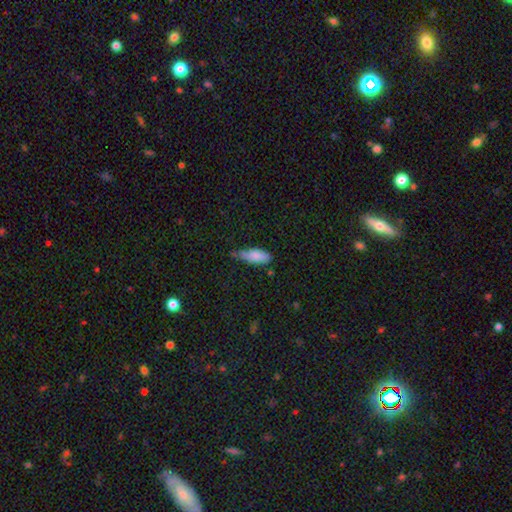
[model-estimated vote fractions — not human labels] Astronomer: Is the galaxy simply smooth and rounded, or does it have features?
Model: smooth — 83%.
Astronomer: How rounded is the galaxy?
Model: in between — 75%.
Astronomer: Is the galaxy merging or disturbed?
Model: none — 46% (runner-up: minor disturbance, 42%).